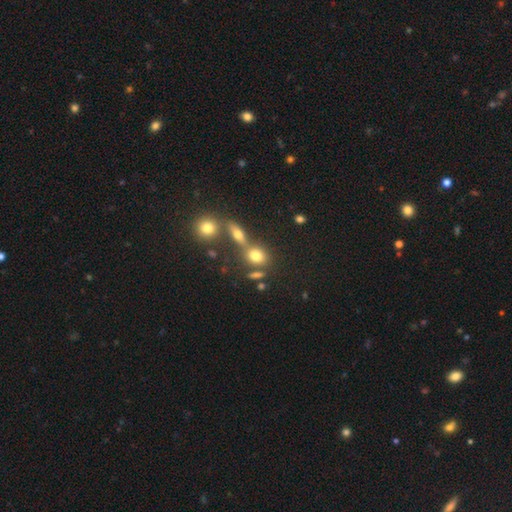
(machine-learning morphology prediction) Smooth or featured: smooth — 73% (star or artifact — 14%)
How rounded: round — 52% (in between — 43%)
Merging: none — 54% (merger — 31%)